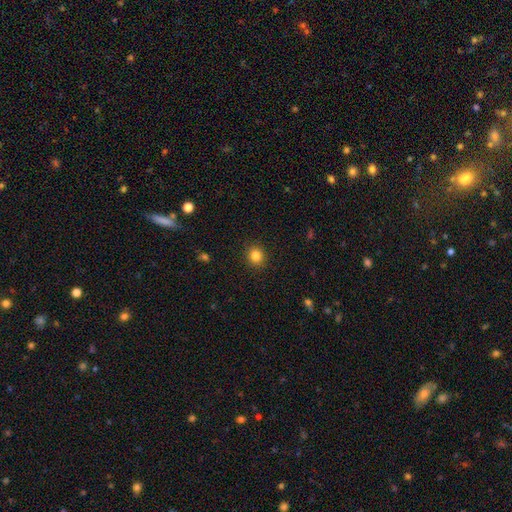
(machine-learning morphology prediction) smooth_or_featured: smooth (p=0.83) [alt: star or artifact p=0.11]
how_rounded: round (p=0.83) [alt: in between p=0.16]
merging: none (p=0.91) [alt: minor disturbance p=0.06]